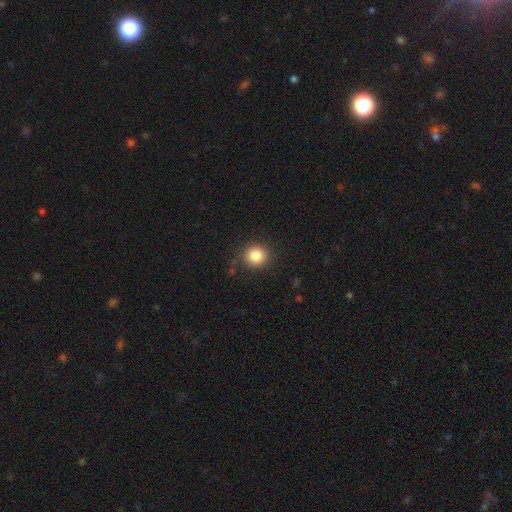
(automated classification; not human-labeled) smooth-or-featured: smooth: 85% | star or artifact: 10% | featured or disk: 5%
  how-rounded: round: 91% | in between: 8% | cigar-shaped: 1%
  merging: none: 89% | minor disturbance: 8% | major disturbance: 3% | merger: 1%